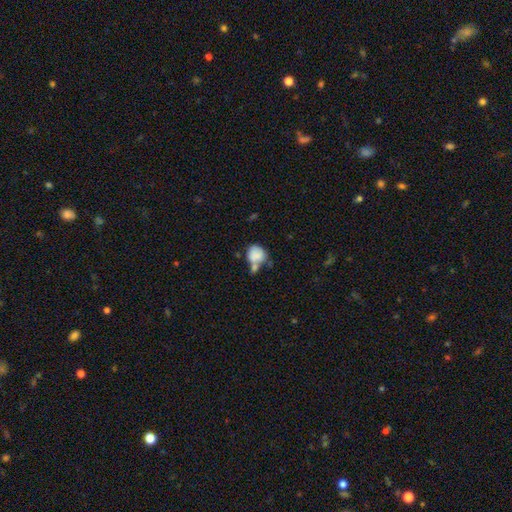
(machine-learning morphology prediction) This is likely a smooth galaxy (76%). How rounded: likely round (63%). Merging: marginally merger (42%).